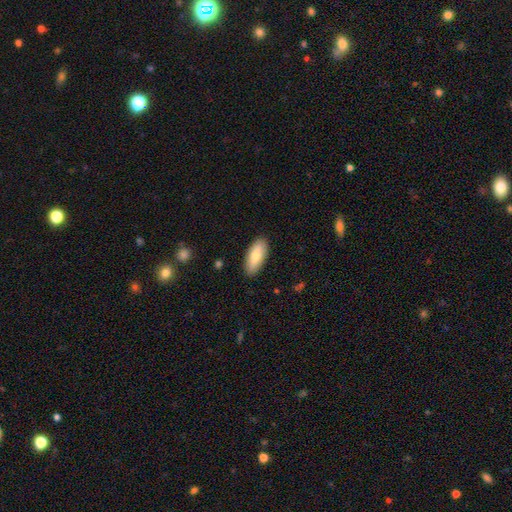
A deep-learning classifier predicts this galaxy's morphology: A smooth galaxy with no disk features (76%) that is in between round and cigar-shaped (80%). Merging: none (88%).